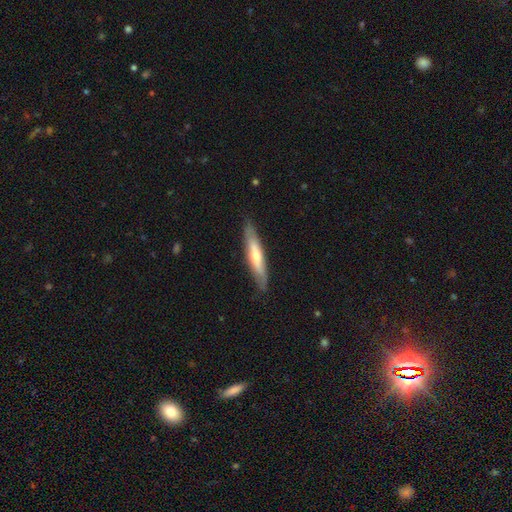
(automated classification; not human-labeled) smooth-or-featured: featured or disk: 49% | smooth: 45% | star or artifact: 6%
  merging: none: 84% | minor disturbance: 13% | major disturbance: 2% | merger: 1%